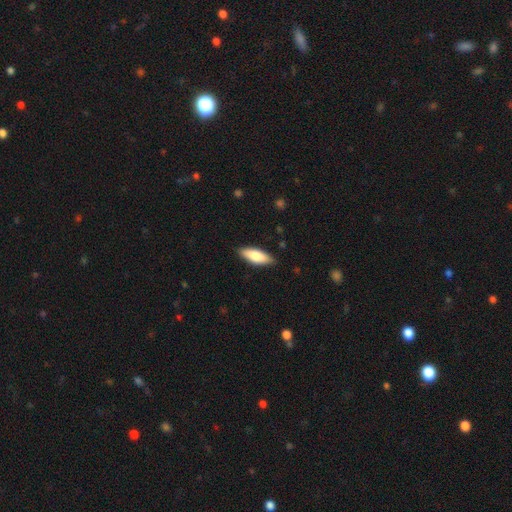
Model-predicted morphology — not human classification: Smooth or featured?
  - smooth: 78% *
  - featured or disk: 16%
  - star or artifact: 5%
How rounded?
  - in between: 68% *
  - cigar-shaped: 30%
  - round: 2%
Merging?
  - none: 86% *
  - minor disturbance: 11%
  - major disturbance: 2%
  - merger: 1%